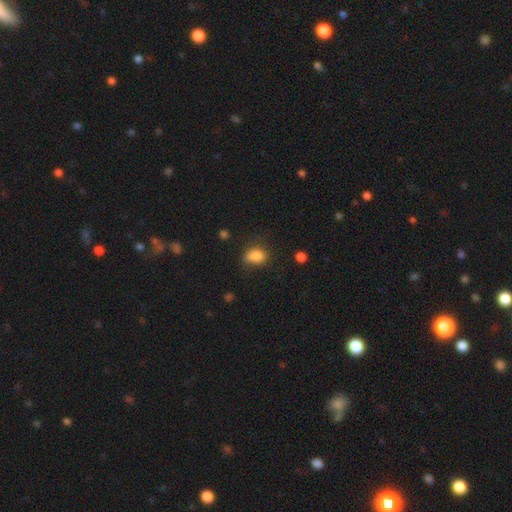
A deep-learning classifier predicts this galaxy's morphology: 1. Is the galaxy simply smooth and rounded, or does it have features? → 83% smooth, 10% star or artifact, 6% featured or disk.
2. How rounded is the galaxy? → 76% in between, 22% round, 2% cigar-shaped.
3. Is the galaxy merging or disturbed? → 55% none, 31% minor disturbance, 11% major disturbance, 3% merger.